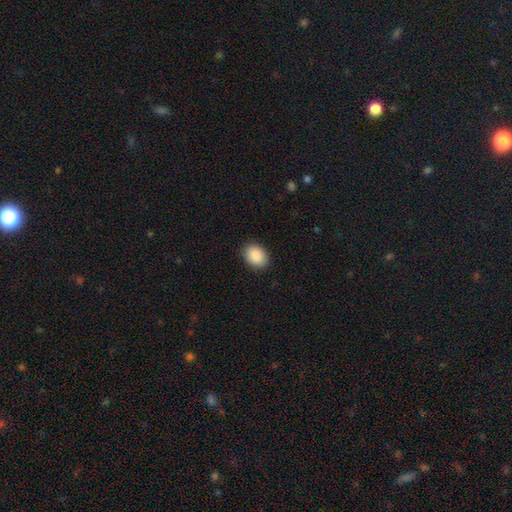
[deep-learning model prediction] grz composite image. It shows a smooth galaxy with no disk features (89%) that is in between round and cigar-shaped (72%). Merging: none (89%).